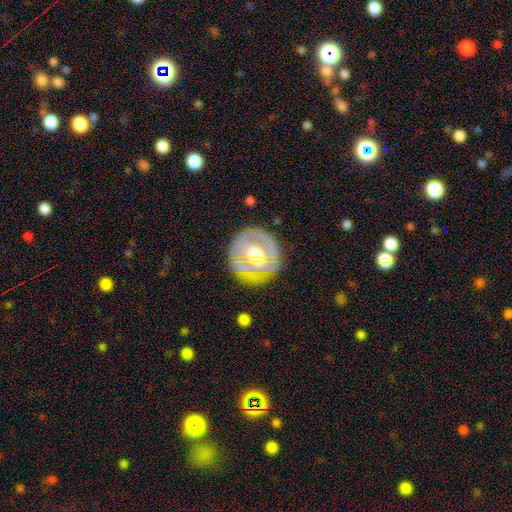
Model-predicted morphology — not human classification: smooth-or-featured: featured or disk: 49% | smooth: 39% | star or artifact: 12%
  merging: none: 80% | minor disturbance: 13% | major disturbance: 5% | merger: 2%